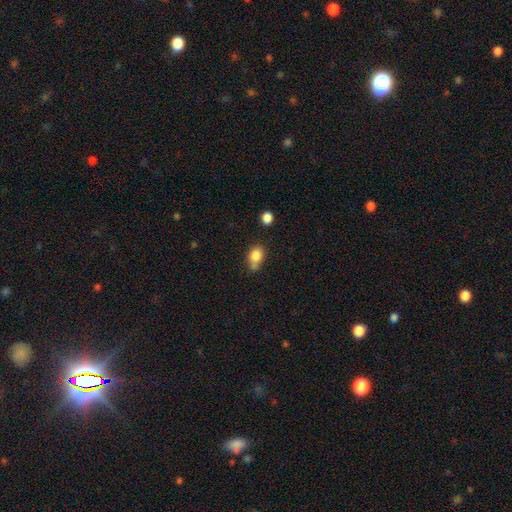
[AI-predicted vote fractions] Smooth or featured? Predicted: smooth (p=0.82). How rounded? Predicted: in between (p=0.68). Merging? Predicted: none (p=0.46).